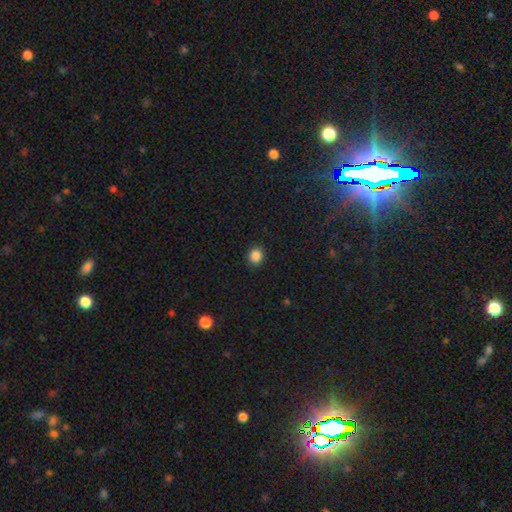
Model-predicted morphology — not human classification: Smooth or featured? Predicted: smooth (p=0.87). How rounded? Predicted: round (p=0.84). Merging? Predicted: none (p=0.90).